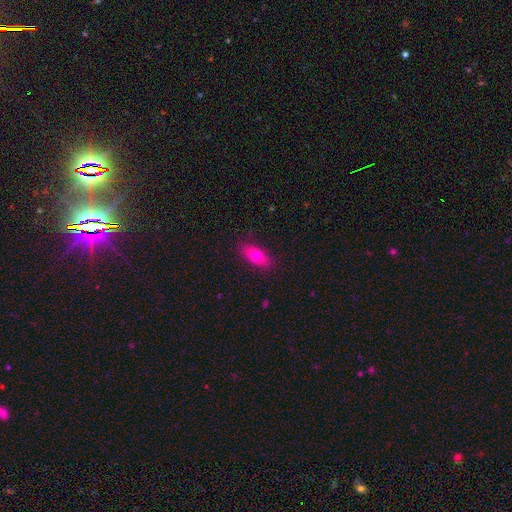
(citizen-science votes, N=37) This is likely a smooth galaxy (62%). How rounded: clearly in between (87%). Merging: clearly none (97%).